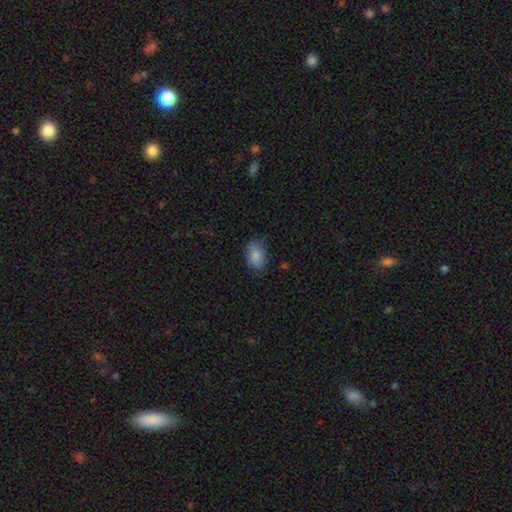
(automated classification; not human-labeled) Overall: smooth (86%). How rounded: in between (87%). Merging: none (76%).